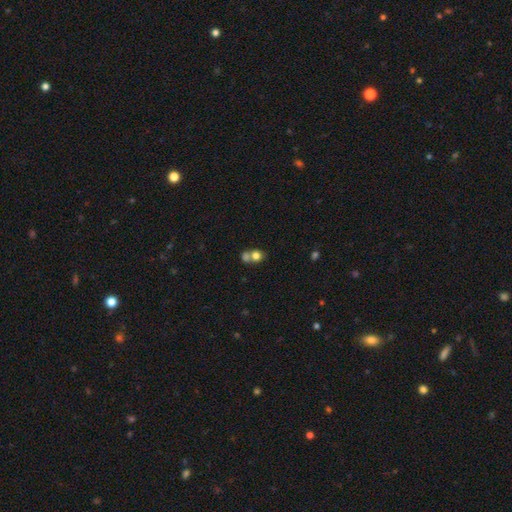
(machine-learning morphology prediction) The model was most divided on "merging": merger: 54%, none: 35%, minor disturbance: 7%, major disturbance: 4%. More confident: smooth or featured — smooth (76%); how rounded — round (72%).